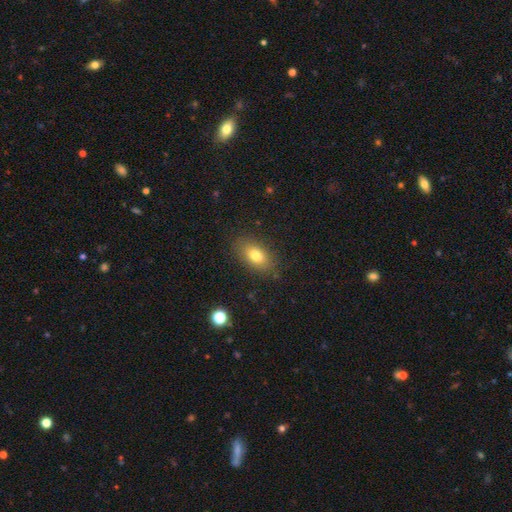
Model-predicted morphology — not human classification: A smooth galaxy with no disk features (78%) that is in between round and cigar-shaped (86%). Merging: none (84%).